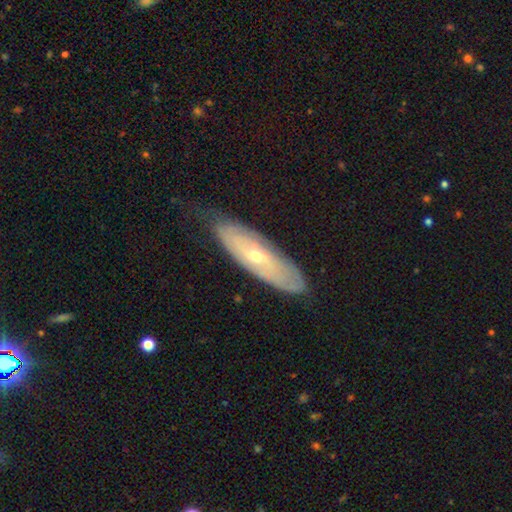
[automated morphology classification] Q: Smooth or featured?
A: featured or disk (60%); runner-up: smooth (33%)
Q: Edge-on disk?
A: no (67%); runner-up: yes (33%)
Q: Merging?
A: none (66%); runner-up: minor disturbance (27%)